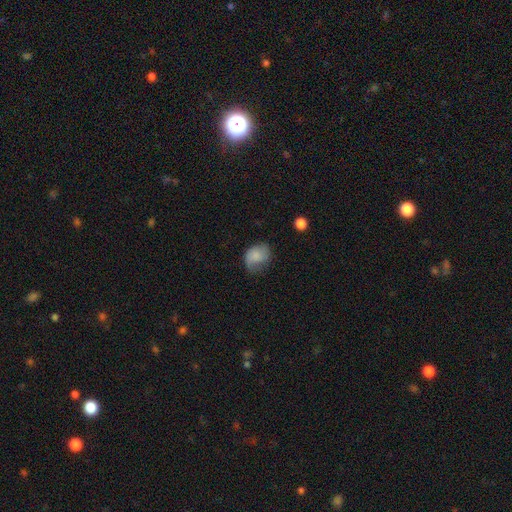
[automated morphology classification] Q: Smooth or featured?
A: smooth (71%); runner-up: featured or disk (21%)
Q: How rounded?
A: in between (57%); runner-up: round (42%)
Q: Merging?
A: none (43%); runner-up: minor disturbance (36%)